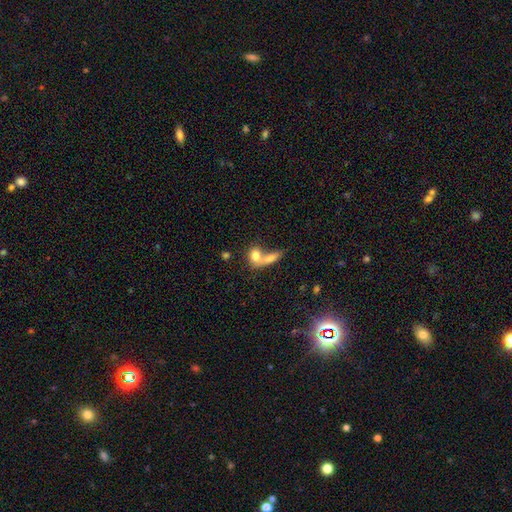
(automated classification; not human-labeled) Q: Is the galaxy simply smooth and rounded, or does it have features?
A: smooth — 75%.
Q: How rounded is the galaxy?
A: in between — 52%.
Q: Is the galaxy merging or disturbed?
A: merger — 64%.